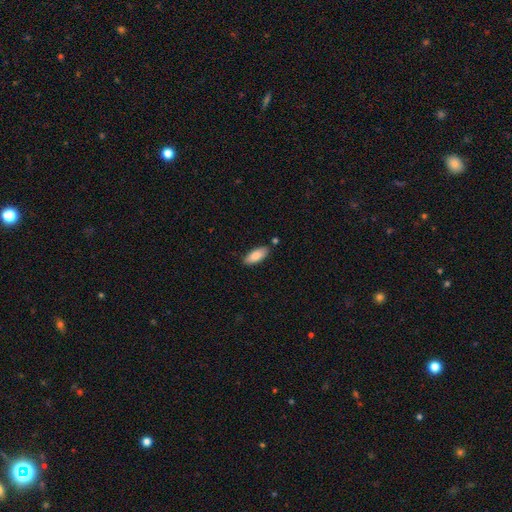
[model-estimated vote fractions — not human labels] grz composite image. It shows a smooth galaxy with no disk features (83%) that is in between round and cigar-shaped (80%). Merging: none (82%).